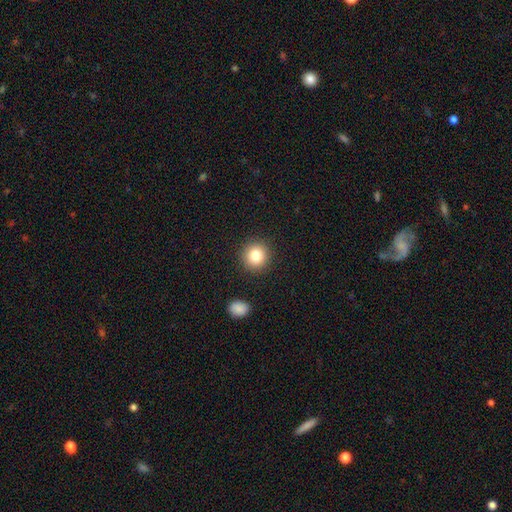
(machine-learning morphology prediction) Smooth or featured: smooth — 82% (star or artifact — 11%)
How rounded: round — 91% (in between — 8%)
Merging: none — 90% (minor disturbance — 6%)